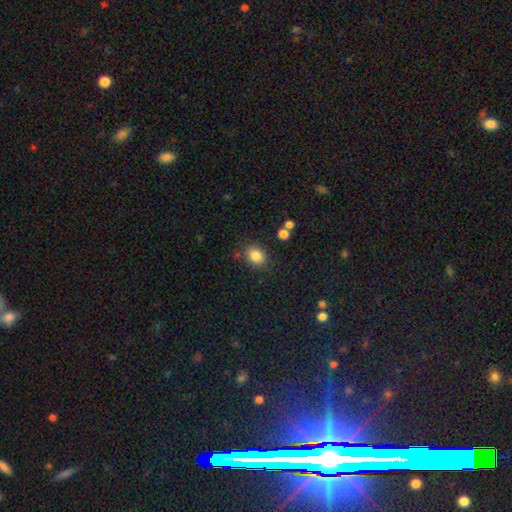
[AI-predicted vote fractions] smooth 84%, star or artifact 10%, featured or disk 6%. Down the decision tree: how rounded — in between (59%); merging — none (81%).